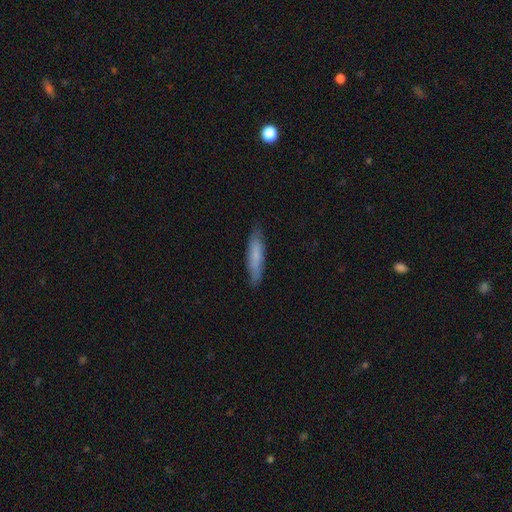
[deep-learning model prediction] Morphology: type=smooth (69%); roundness=cigar-shaped (86%); merging=none (82%).